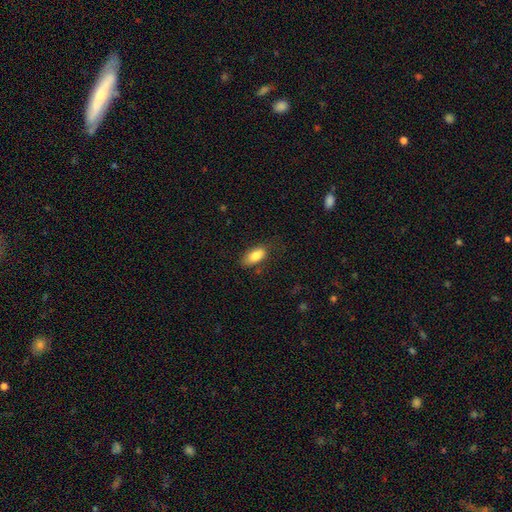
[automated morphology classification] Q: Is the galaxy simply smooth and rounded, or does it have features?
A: smooth — 81%.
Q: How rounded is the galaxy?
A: in between — 86%.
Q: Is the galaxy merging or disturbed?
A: none — 69%.